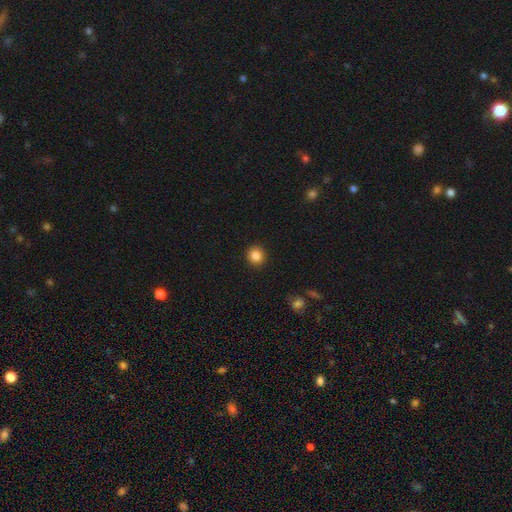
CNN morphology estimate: Smooth or featured? Predicted: smooth (p=0.85). How rounded? Predicted: round (p=0.92). Merging? Predicted: none (p=0.92).